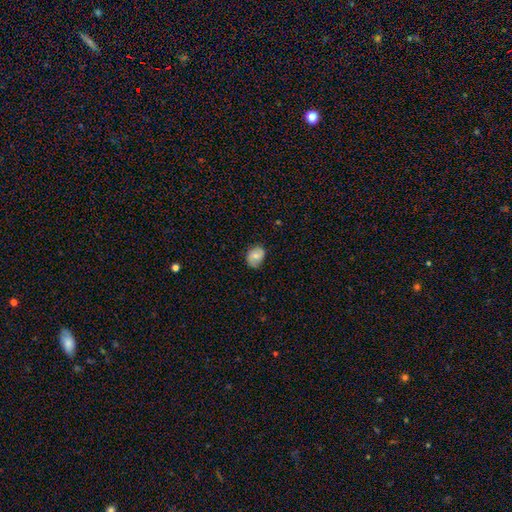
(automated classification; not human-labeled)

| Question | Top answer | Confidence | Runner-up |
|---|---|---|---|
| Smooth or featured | smooth | 62% | featured or disk (30%) |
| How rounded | in between | 59% | round (40%) |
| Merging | none | 72% | minor disturbance (22%) |